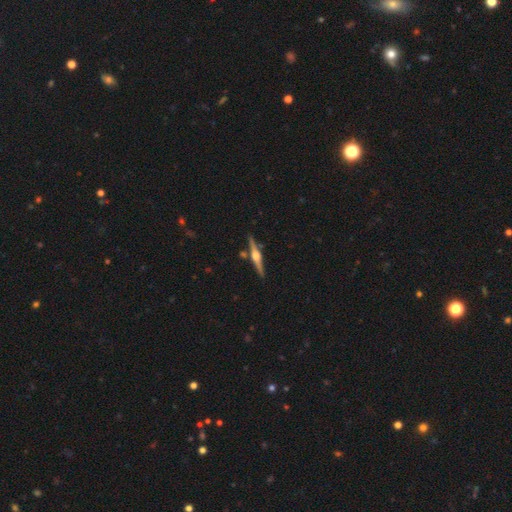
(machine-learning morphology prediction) Smooth or featured: featured or disk — 82% (smooth — 13%)
Edge-on disk: yes — 98% (no — 2%)
Edge-on bulge: rounded — 92% (boxy — 5%)
Merging: none — 86% (minor disturbance — 8%)